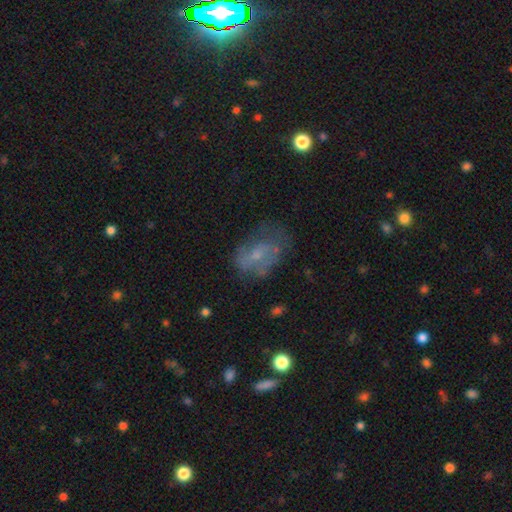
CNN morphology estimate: Smooth or featured? Predicted: featured or disk (p=0.48). Merging? Predicted: none (p=0.53).